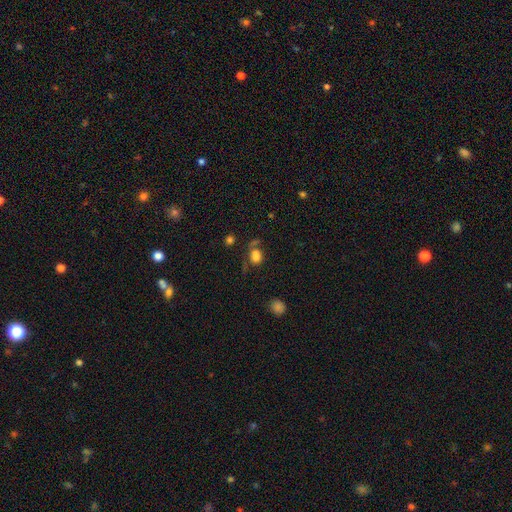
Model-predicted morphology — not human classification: This is likely a smooth galaxy (75%). How rounded: possibly round (49%, tied with in between). Merging: possibly none (50%).